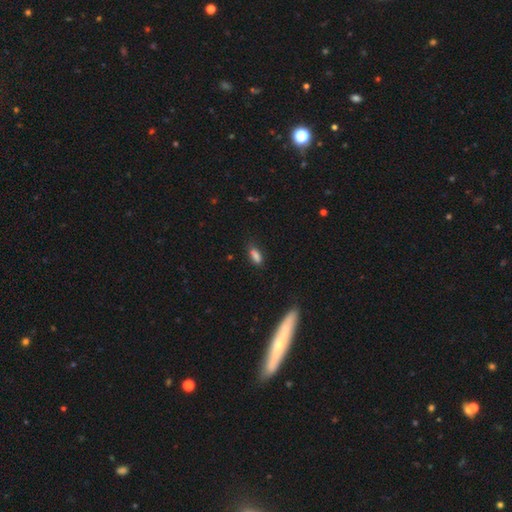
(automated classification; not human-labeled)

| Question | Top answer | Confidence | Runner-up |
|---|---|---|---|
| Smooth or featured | smooth | 82% | star or artifact (11%) |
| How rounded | in between | 71% | cigar-shaped (25%) |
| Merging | none | 64% | minor disturbance (24%) |